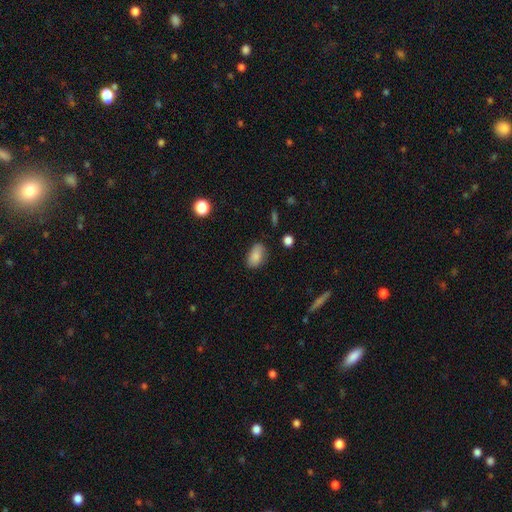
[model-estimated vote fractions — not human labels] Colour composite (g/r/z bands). It shows a smooth galaxy with no disk features (86%) that is in between round and cigar-shaped (90%). Merging: none (77%).